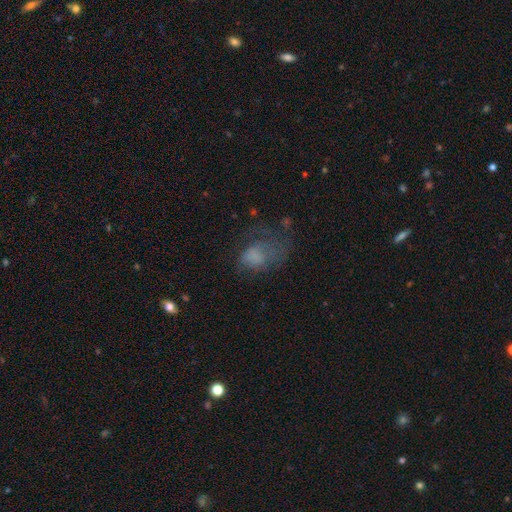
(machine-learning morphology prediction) This is possibly a smooth galaxy (57%). How rounded: likely in between (77%). Merging: possibly major disturbance (50%).